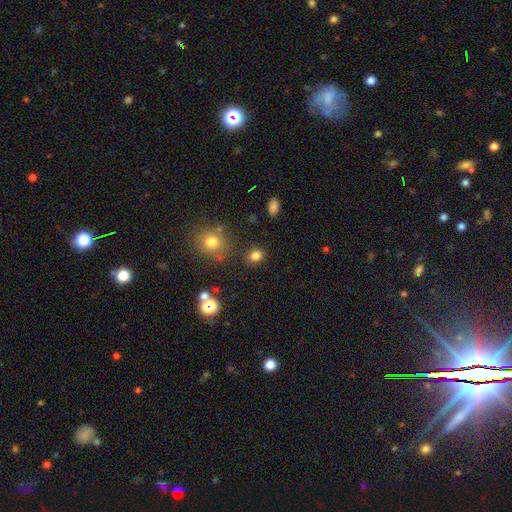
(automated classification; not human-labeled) Smooth or featured? smooth (80%)
How rounded? round (62%)
Merging? none (82%)